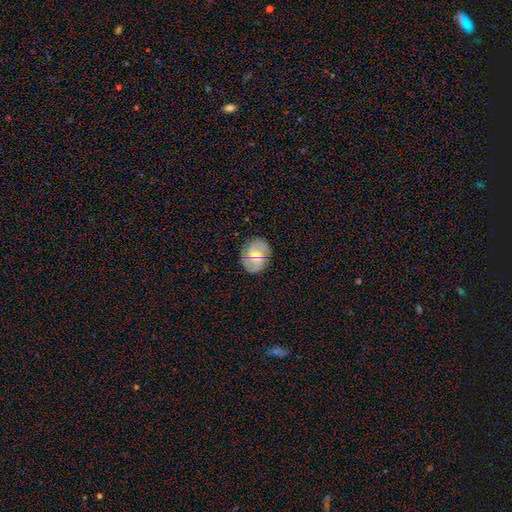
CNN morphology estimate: Smooth or featured? smooth (52%)
How rounded? round (54%)
Merging? none (81%)